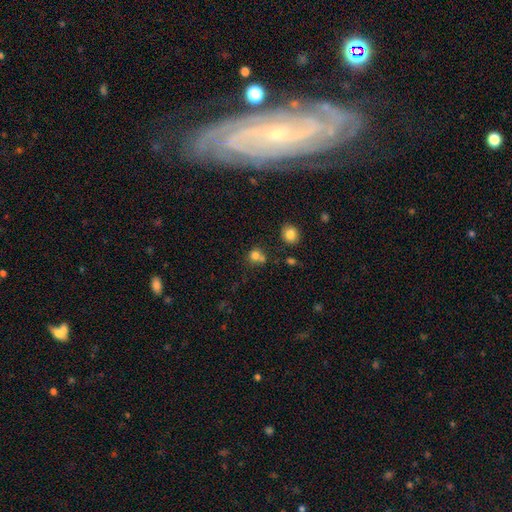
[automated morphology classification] smooth_or_featured: smooth (p=0.78) [alt: star or artifact p=0.13]
how_rounded: round (p=0.84) [alt: in between p=0.15]
merging: none (p=0.53) [alt: merger p=0.32]